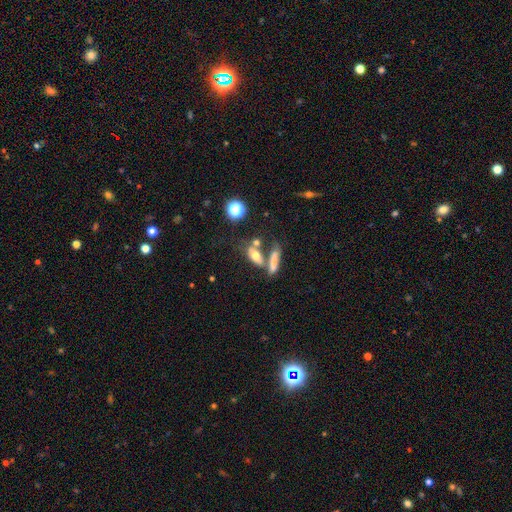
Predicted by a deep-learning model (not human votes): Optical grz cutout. It shows a smooth galaxy with no disk features (63%) that is in between round and cigar-shaped (58%). Merging: none (47%).